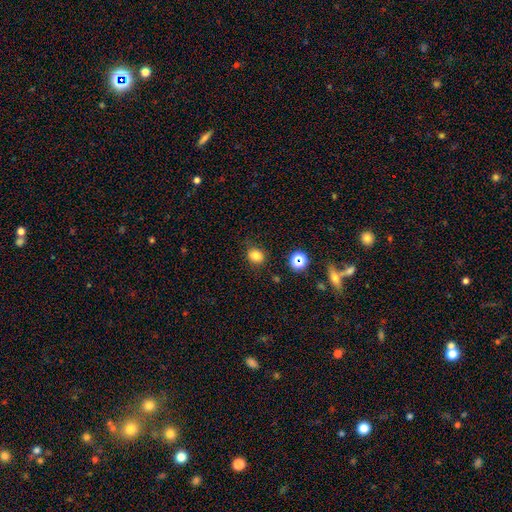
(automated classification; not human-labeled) A smooth galaxy with no disk features (79%) that is round (67%). Merging: none (80%).